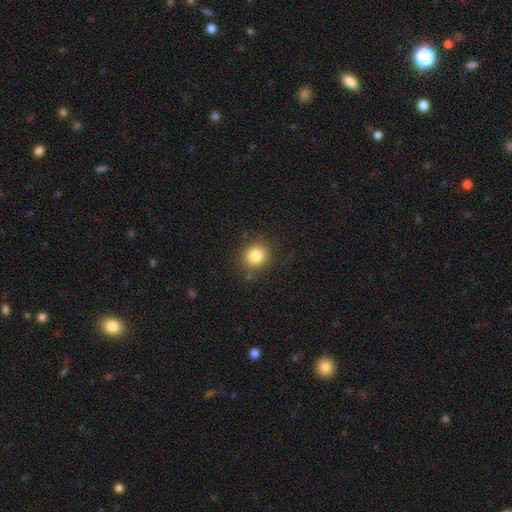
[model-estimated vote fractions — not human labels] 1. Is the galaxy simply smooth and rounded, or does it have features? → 82% smooth, 11% star or artifact, 6% featured or disk.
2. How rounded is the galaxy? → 82% round, 17% in between, 1% cigar-shaped.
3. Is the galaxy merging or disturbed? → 86% none, 9% minor disturbance, 3% major disturbance, 2% merger.